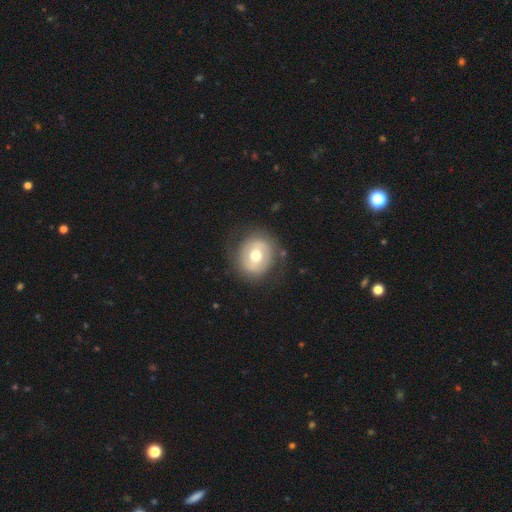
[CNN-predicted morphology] A smooth galaxy with no disk features (51%) that is round (78%). Merging: none (80%).